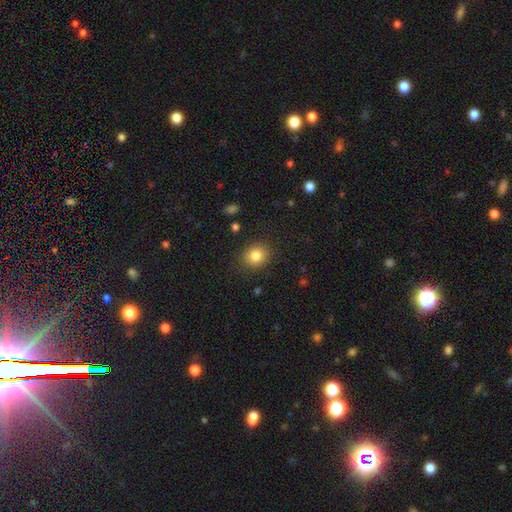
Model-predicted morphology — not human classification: smooth 83%, star or artifact 10%, featured or disk 7%. Down the decision tree: how rounded — round (68%); merging — none (87%).